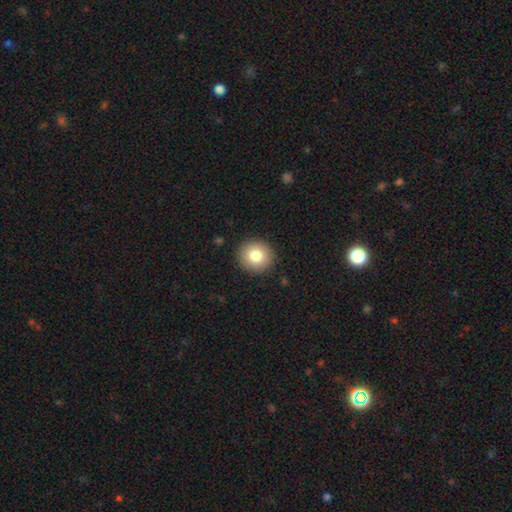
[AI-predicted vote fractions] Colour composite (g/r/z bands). It shows a smooth galaxy with no disk features (81%) that is round (89%). Merging: none (91%).